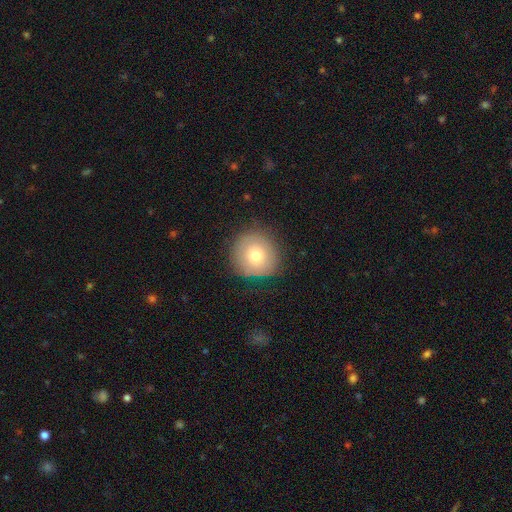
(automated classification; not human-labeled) smooth 69%, featured or disk 21%, star or artifact 9%. Down the decision tree: how rounded — round (91%); merging — none (80%).